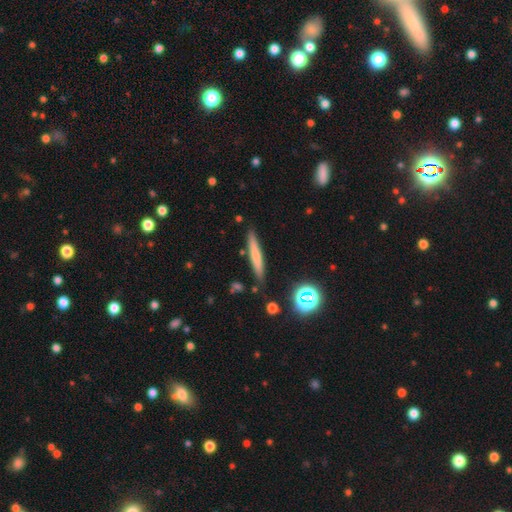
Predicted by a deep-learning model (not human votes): Overall: smooth (63%; featured or disk 27%). How rounded: cigar-shaped (93%). Merging: none (86%).